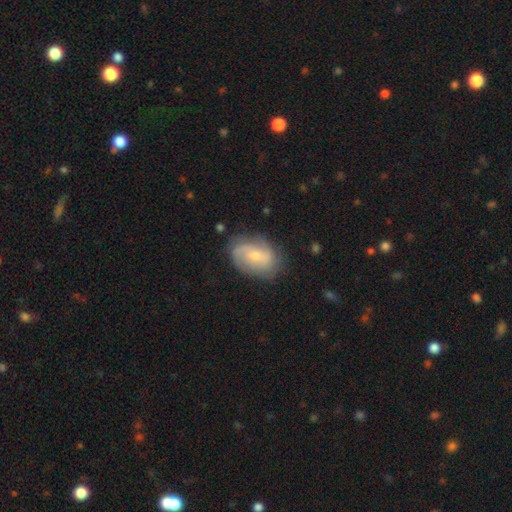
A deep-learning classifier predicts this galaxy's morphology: A featured or disk galaxy (65%) with no bar (48%), 2 (57%) medium (42%) spiral arms (88%) and a small central bulge (52%). Merging: none (70%).